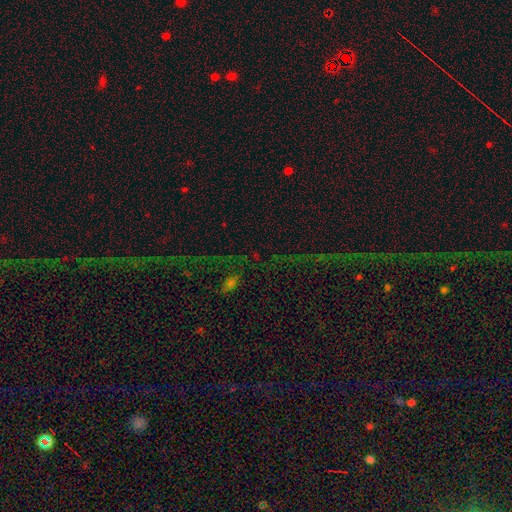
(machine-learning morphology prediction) Smooth or featured?
  - star or artifact: 67% *
  - smooth: 23%
  - featured or disk: 10%